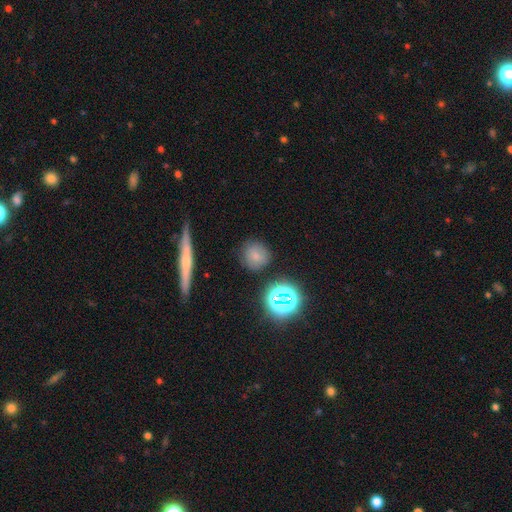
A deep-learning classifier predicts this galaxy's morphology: A smooth galaxy with no disk features (71%) that is round (88%).

Vote fractions:
- Smooth or featured? smooth: 71% / star or artifact: 18% / featured or disk: 11%
- How rounded? round: 88% / in between: 10% / cigar-shaped: 1%
- Merging? none: 82% / minor disturbance: 11% / major disturbance: 4% / merger: 3%